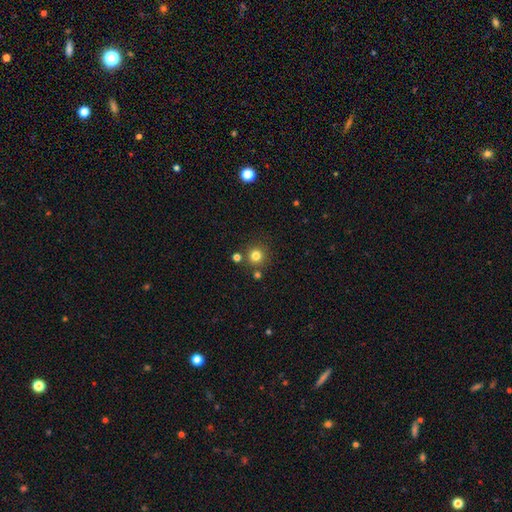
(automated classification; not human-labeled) Smooth or featured: smooth — 80% (star or artifact — 14%)
How rounded: round — 94% (in between — 5%)
Merging: none — 81% (merger — 8%)